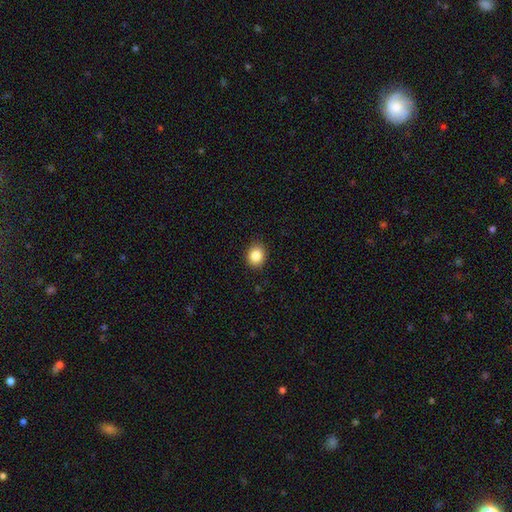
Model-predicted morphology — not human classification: type=smooth (86%); roundness=round (62%); merging=none (89%).